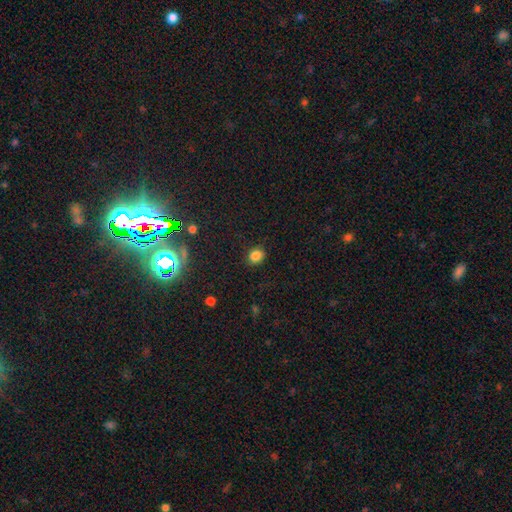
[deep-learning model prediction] Q: Smooth or featured?
A: smooth (83%); runner-up: star or artifact (12%)
Q: How rounded?
A: round (60%); runner-up: in between (39%)
Q: Merging?
A: none (86%); runner-up: minor disturbance (10%)